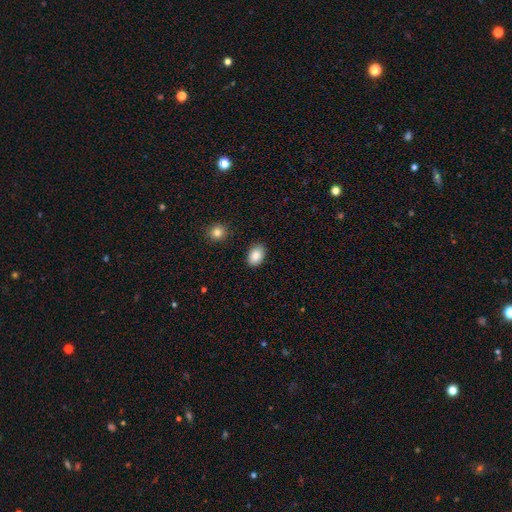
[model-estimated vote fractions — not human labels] The model was most divided on "how rounded": in between: 84%, round: 15%, cigar-shaped: 1%. More confident: merging — none (87%); smooth or featured — smooth (87%).